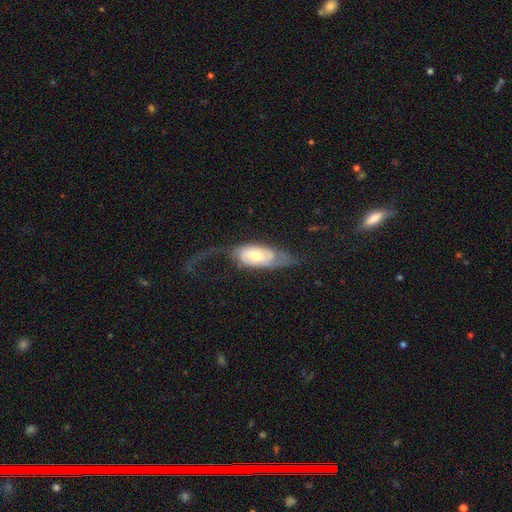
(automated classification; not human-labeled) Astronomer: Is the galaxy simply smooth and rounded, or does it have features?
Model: featured or disk — 62%.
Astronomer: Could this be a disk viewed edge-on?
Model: no — 88%.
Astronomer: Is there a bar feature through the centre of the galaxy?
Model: no — 71%.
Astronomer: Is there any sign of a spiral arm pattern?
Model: yes — 75%.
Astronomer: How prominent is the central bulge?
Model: moderate — 67%.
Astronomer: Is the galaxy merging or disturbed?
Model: major disturbance — 39% (runner-up: none, 34%).